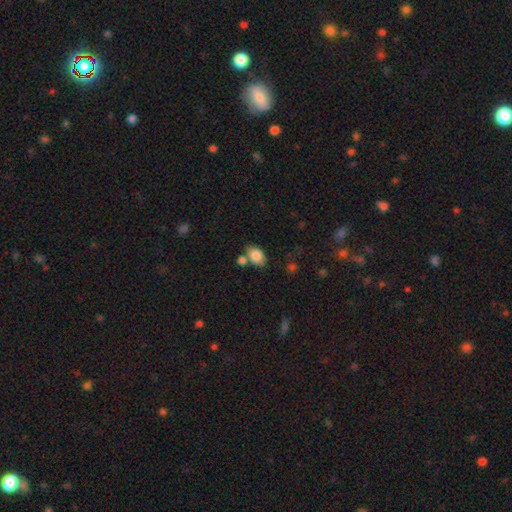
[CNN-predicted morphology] Smooth or featured: smooth — 84% (star or artifact — 8%)
How rounded: in between — 82% (round — 16%)
Merging: none — 59% (merger — 21%)